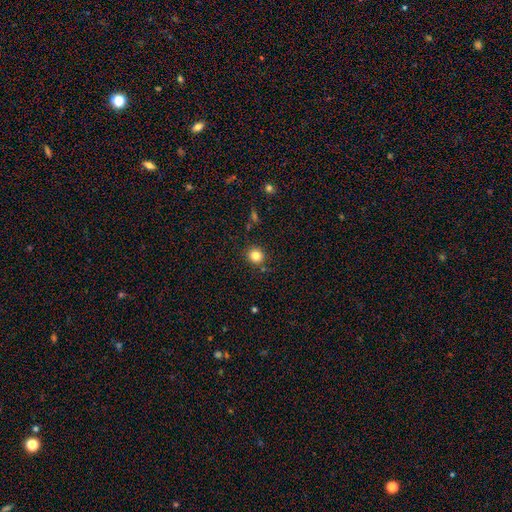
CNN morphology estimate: smooth-or-featured: smooth: 83% | star or artifact: 12% | featured or disk: 5%
  how-rounded: round: 86% | in between: 13% | cigar-shaped: 1%
  merging: none: 86% | minor disturbance: 8% | merger: 3% | major disturbance: 3%